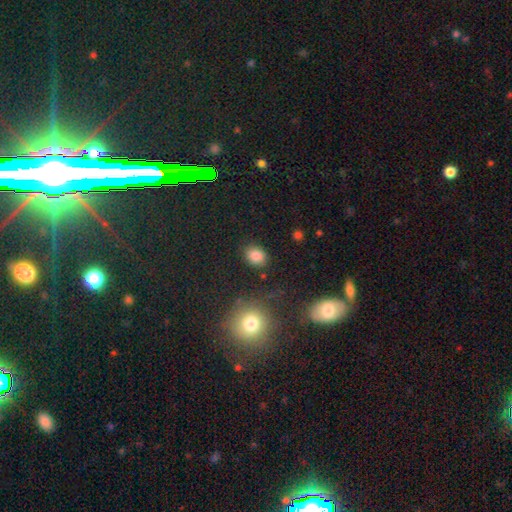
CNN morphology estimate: smooth 82%, star or artifact 12%, featured or disk 6%. Down the decision tree: how rounded — in between (52%); merging — none (81%).